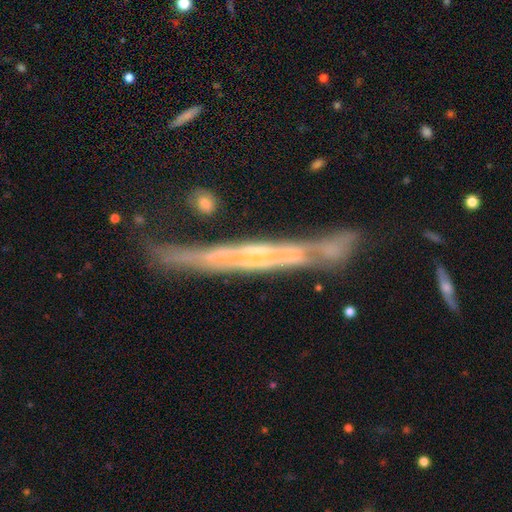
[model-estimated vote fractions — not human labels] Smooth or featured? Predicted: featured or disk (p=0.75). Edge-on disk? Predicted: yes (p=0.81). Edge-on bulge? Predicted: none (p=0.68). Merging? Predicted: none (p=0.59).